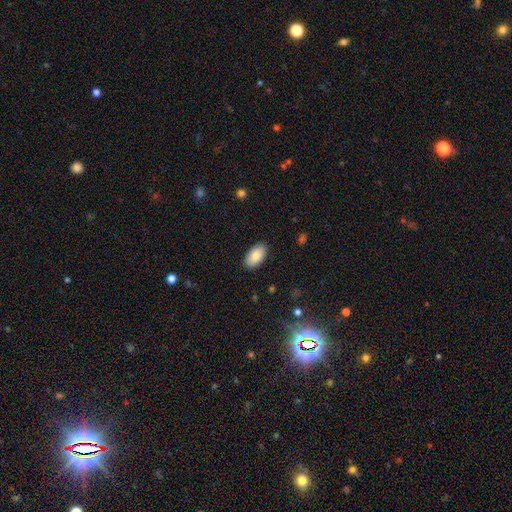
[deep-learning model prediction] This is clearly a smooth galaxy (85%). How rounded: clearly in between (95%). Merging: clearly none (88%).